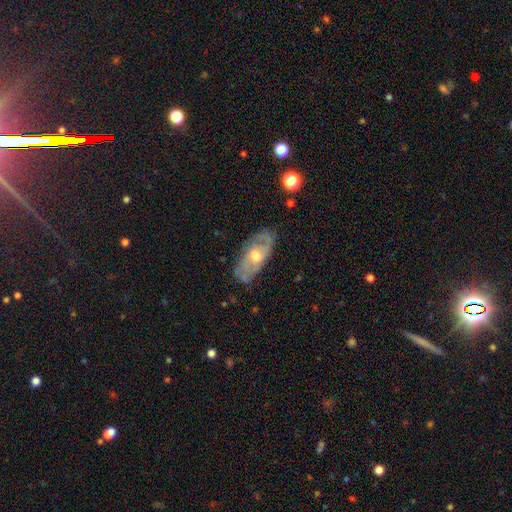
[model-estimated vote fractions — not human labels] Smooth or featured? Predicted: featured or disk (p=0.73). Edge-on disk? Predicted: no (p=0.87). Bar? Predicted: no (p=0.62). Spiral arms? Predicted: yes (p=0.78). Spiral winding? Predicted: tight (p=0.43). Spiral arm count? Predicted: 2 (p=0.49). Bulge size? Predicted: moderate (p=0.68). Merging? Predicted: none (p=0.73).